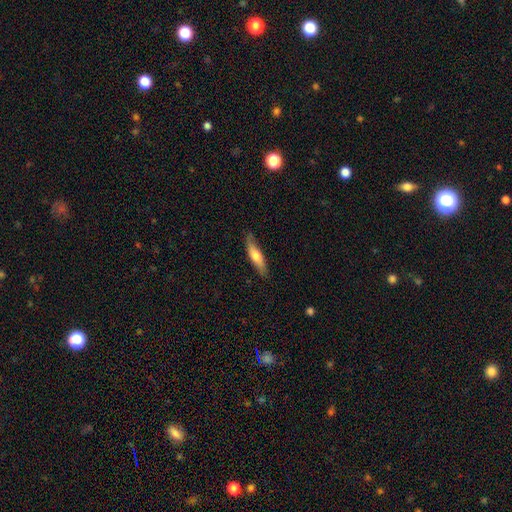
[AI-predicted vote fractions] smooth 57%, featured or disk 37%, star or artifact 5%. Down the decision tree: how rounded — cigar-shaped (75%); merging — none (79%).